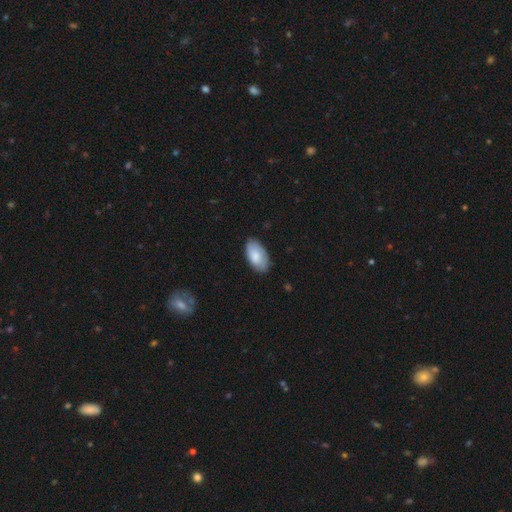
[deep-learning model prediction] This appears to be a smooth galaxy with no disk features (81%) that is in between round and cigar-shaped (96%). Merging: none (81%).